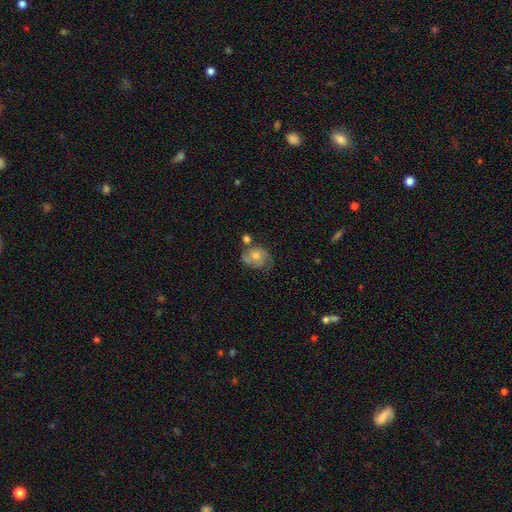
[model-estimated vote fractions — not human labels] Smooth or featured? featured or disk (57%)
Edge-on disk? no (97%)
Bar? no (78%)
Spiral arms? yes (82%)
Bulge size? moderate (54%)
Merging? none (53%)